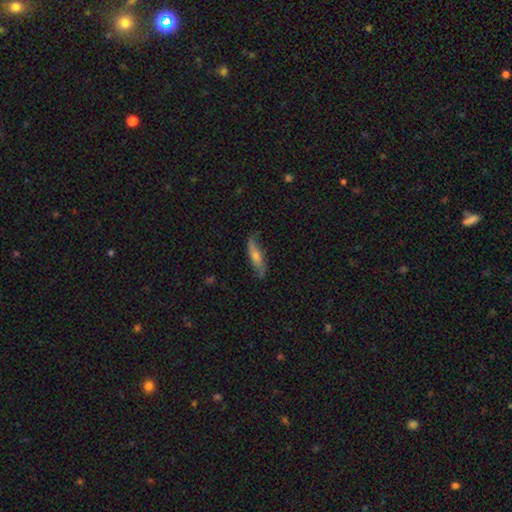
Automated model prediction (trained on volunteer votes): Smooth or featured?
  - featured or disk: 52% *
  - smooth: 40%
  - star or artifact: 8%
Edge-on disk?
  - yes: 55% *
  - no: 45%
Merging?
  - none: 74% *
  - minor disturbance: 19%
  - major disturbance: 5%
  - merger: 2%